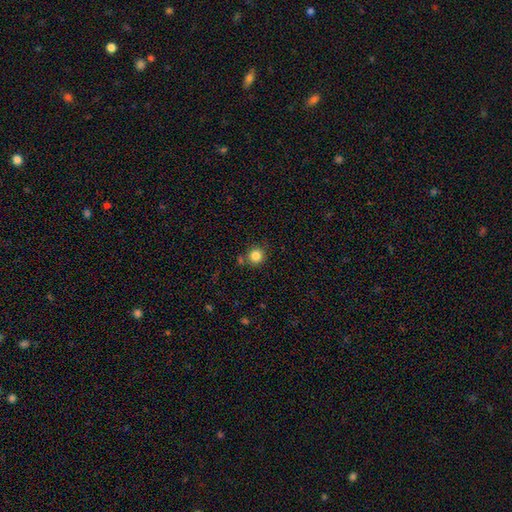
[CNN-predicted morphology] smooth_or_featured: smooth (p=0.84) [alt: star or artifact p=0.11]
how_rounded: round (p=0.92) [alt: in between p=0.07]
merging: none (p=0.79) [alt: minor disturbance p=0.10]